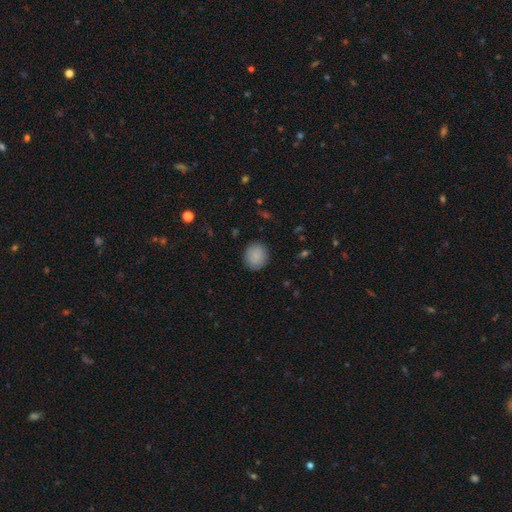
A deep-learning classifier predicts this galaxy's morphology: This appears to be a smooth galaxy with no disk features (87%) that is round (80%). Merging: none (86%).